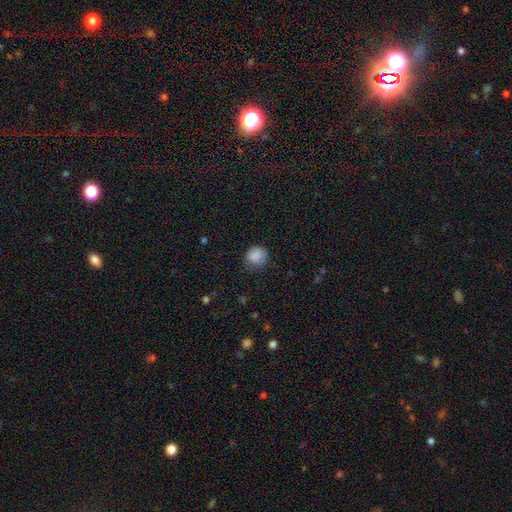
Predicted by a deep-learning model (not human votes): A smooth galaxy with no disk features (84%) that is round (85%).

Vote fractions:
- Smooth or featured? smooth: 84% / star or artifact: 9% / featured or disk: 7%
- How rounded? round: 85% / in between: 15% / cigar-shaped: 1%
- Merging? none: 70% / minor disturbance: 22% / major disturbance: 7% / merger: 1%